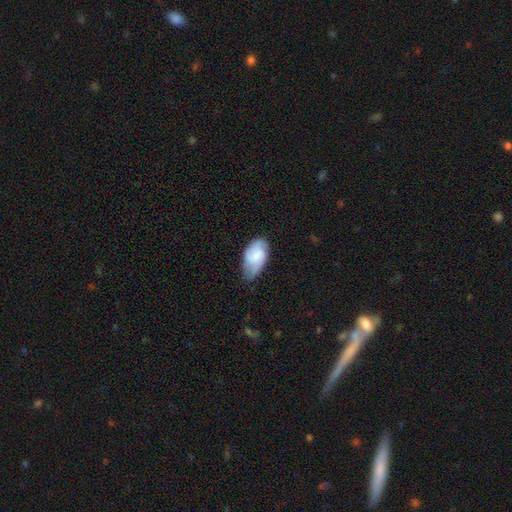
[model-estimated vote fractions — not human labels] Overall: smooth (54%; featured or disk 39%). How rounded: in between (93%). Merging: none (56%; minor disturbance 35%).